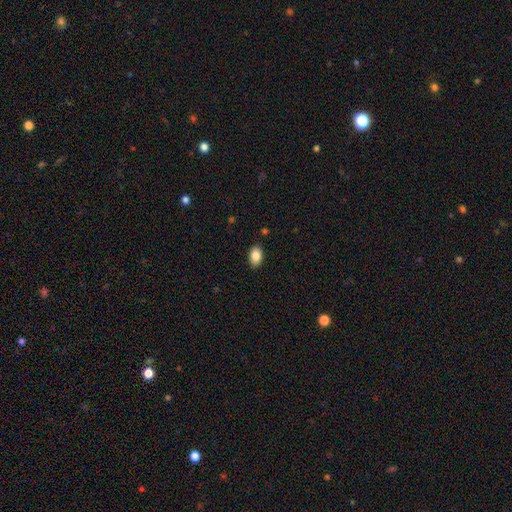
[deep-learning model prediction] Smooth or featured: smooth — 86% (star or artifact — 8%)
How rounded: in between — 90% (round — 8%)
Merging: none — 88% (minor disturbance — 9%)